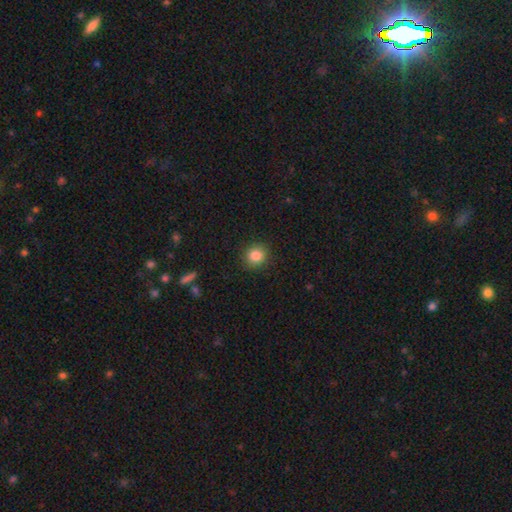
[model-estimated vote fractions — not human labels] Smooth or featured: smooth — 85% (star or artifact — 10%)
How rounded: round — 89% (in between — 10%)
Merging: none — 90% (minor disturbance — 7%)